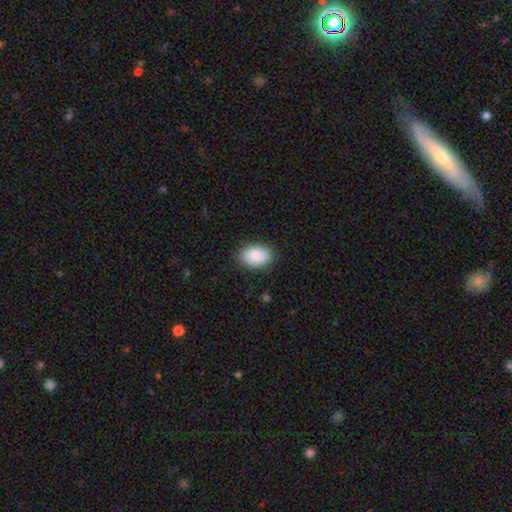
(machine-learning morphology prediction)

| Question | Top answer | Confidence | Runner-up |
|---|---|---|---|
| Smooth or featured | smooth | 87% | star or artifact (7%) |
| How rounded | in between | 87% | round (12%) |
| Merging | none | 86% | minor disturbance (10%) |